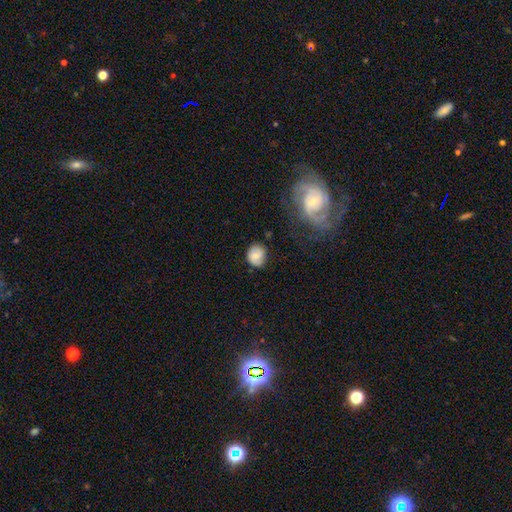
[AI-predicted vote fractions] smooth-or-featured: smooth: 67% | featured or disk: 24% | star or artifact: 9%
  how-rounded: round: 65% | in between: 34% | cigar-shaped: 1%
  merging: none: 71% | minor disturbance: 21% | major disturbance: 6% | merger: 3%